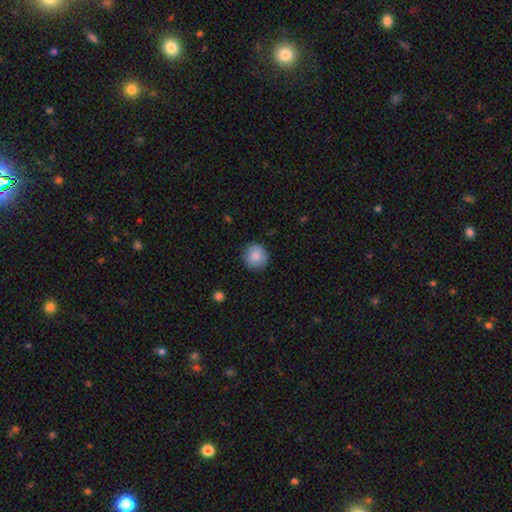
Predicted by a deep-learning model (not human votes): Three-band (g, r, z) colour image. It shows a smooth galaxy with no disk features (86%) that is round (91%). Merging: none (87%).